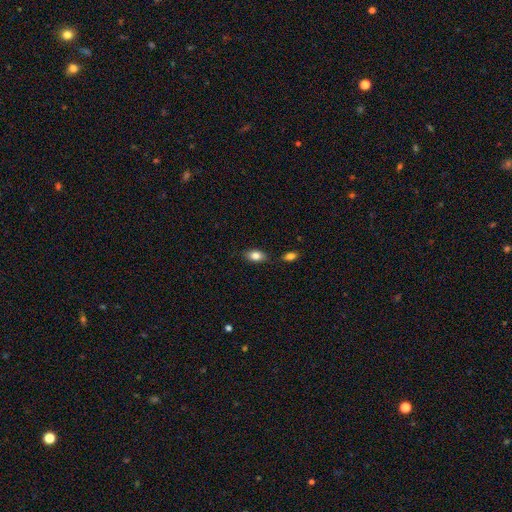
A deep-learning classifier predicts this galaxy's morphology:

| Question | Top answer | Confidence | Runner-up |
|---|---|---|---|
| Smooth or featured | smooth | 82% | featured or disk (10%) |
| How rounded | in between | 89% | round (7%) |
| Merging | none | 81% | minor disturbance (13%) |